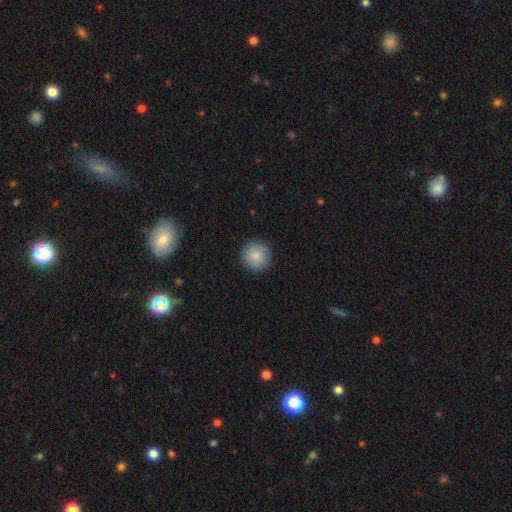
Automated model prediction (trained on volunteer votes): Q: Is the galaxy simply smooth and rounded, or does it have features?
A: smooth — 87%.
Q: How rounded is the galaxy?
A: round — 95%.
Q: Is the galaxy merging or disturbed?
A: none — 90%.